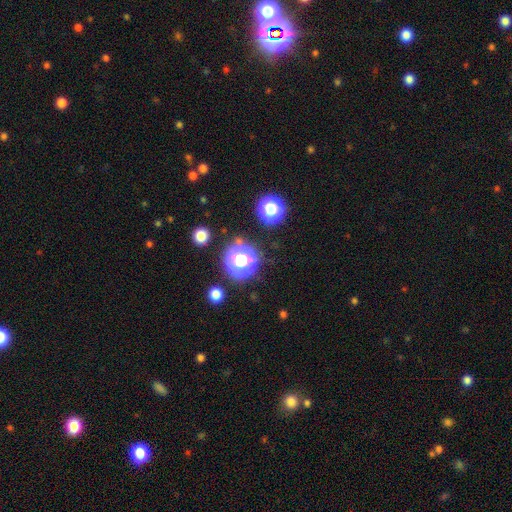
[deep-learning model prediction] A star or artifact, not a galaxy (77%).